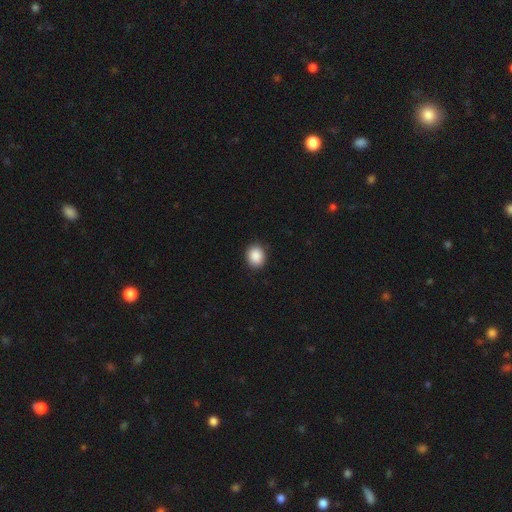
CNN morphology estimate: Overall: smooth (89%). How rounded: round (61%; in between 38%). Merging: none (89%).